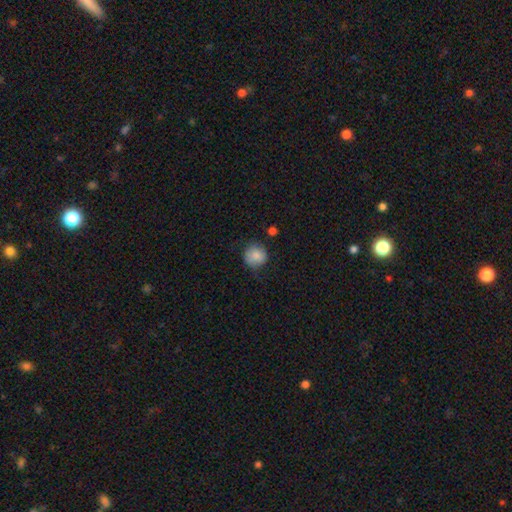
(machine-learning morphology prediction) Smooth or featured? smooth (86%)
How rounded? round (89%)
Merging? none (69%)